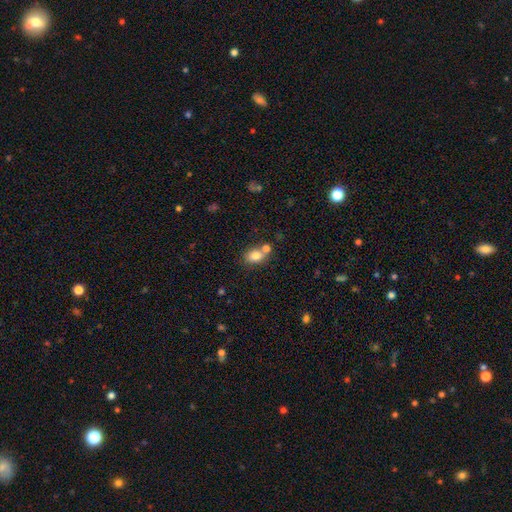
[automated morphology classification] type=smooth (80%); roundness=in between (71%); merging=none (50%).